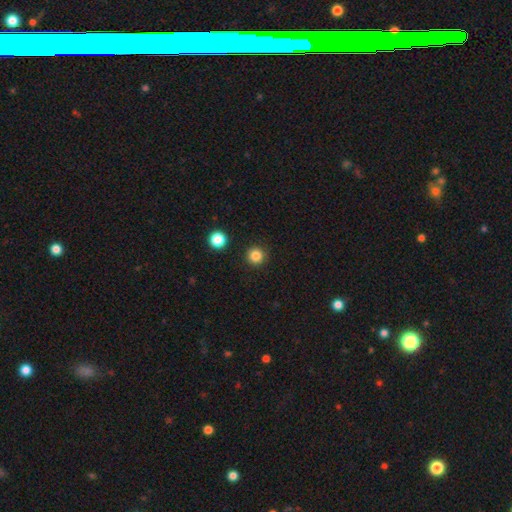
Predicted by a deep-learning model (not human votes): smooth_or_featured: smooth (p=0.84) [alt: star or artifact p=0.12]
how_rounded: round (p=0.96) [alt: in between p=0.03]
merging: none (p=0.92) [alt: minor disturbance p=0.05]